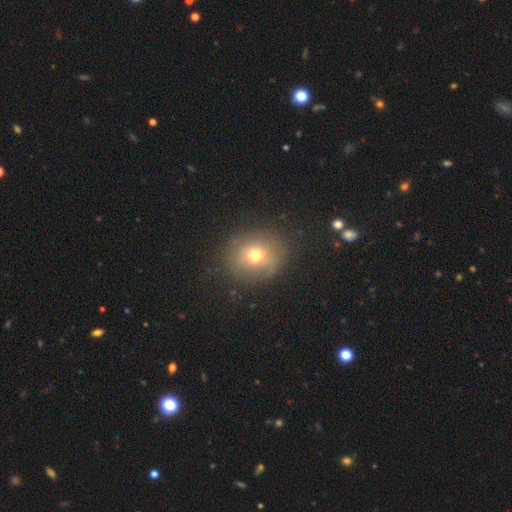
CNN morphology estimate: Smooth or featured: smooth — 61% (featured or disk — 25%)
How rounded: round — 69% (in between — 30%)
Merging: none — 74% (minor disturbance — 17%)